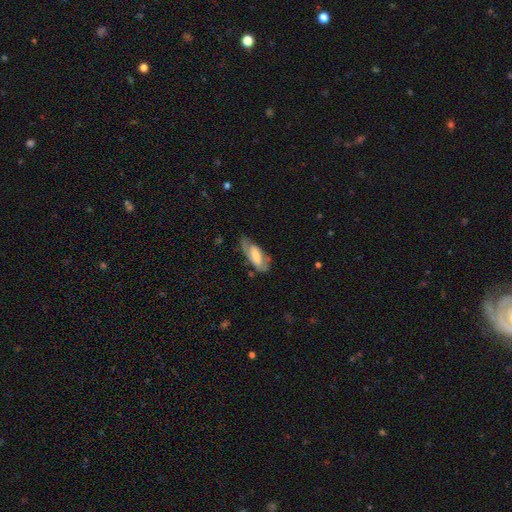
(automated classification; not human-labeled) featured or disk 58%, smooth 36%, star or artifact 6%. Down the decision tree: edge-on disk — no (88%); bar — weak (39%); spiral arms — yes (79%); bulge size — moderate (36%); merging — none (58%).